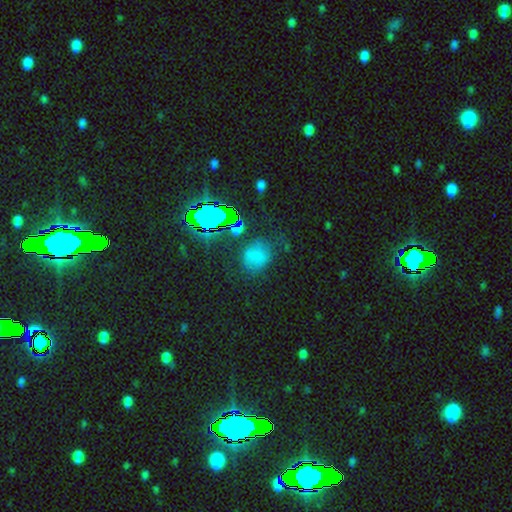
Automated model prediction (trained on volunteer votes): A smooth galaxy with no disk features (57%) that is round (59%).

Vote fractions:
- Smooth or featured? smooth: 57% / star or artifact: 30% / featured or disk: 13%
- How rounded? round: 59% / in between: 39% / cigar-shaped: 2%
- Merging? none: 65% / minor disturbance: 20% / major disturbance: 11% / merger: 4%